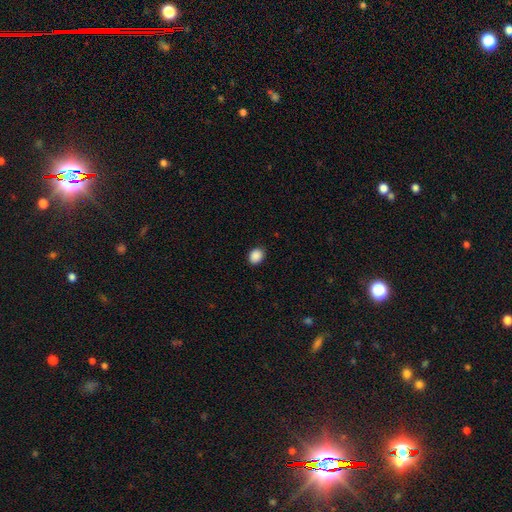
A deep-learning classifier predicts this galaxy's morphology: A smooth galaxy with no disk features (89%) that is round (54%).

Vote fractions:
- Smooth or featured? smooth: 89% / star or artifact: 9% / featured or disk: 2%
- How rounded? round: 54% / in between: 45% / cigar-shaped: 1%
- Merging? none: 89% / minor disturbance: 8% / major disturbance: 2% / merger: 1%